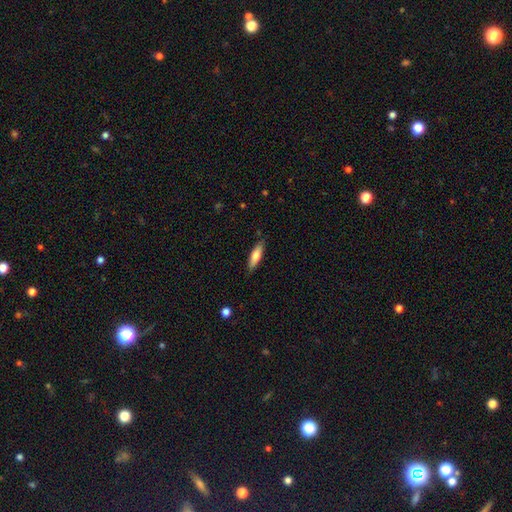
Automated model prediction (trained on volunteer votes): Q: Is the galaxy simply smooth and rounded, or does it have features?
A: smooth — 70%.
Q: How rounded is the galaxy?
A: cigar-shaped — 61%.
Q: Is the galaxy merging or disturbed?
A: none — 86%.